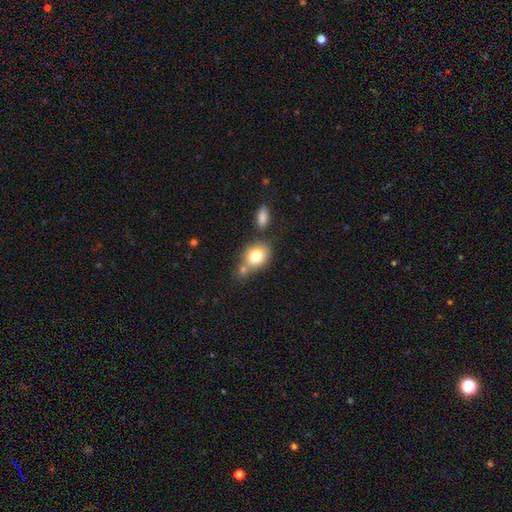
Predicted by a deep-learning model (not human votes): This appears to be a smooth galaxy with no disk features (77%) that is round (54%). Merging: none (49%).